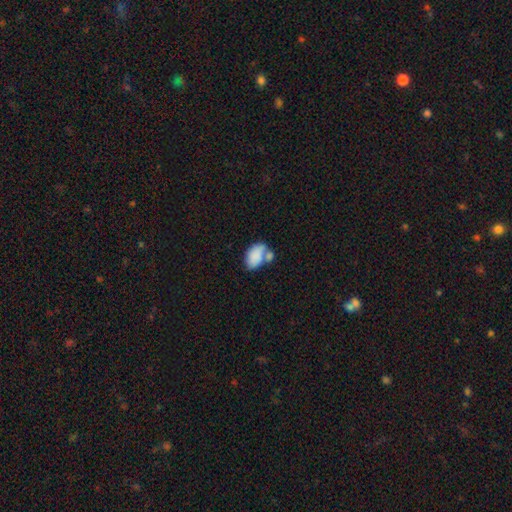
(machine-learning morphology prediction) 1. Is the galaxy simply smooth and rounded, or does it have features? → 79% smooth, 13% featured or disk, 8% star or artifact.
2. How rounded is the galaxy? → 90% in between, 9% round, 1% cigar-shaped.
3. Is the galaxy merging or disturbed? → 43% merger, 30% none, 18% minor disturbance, 9% major disturbance.